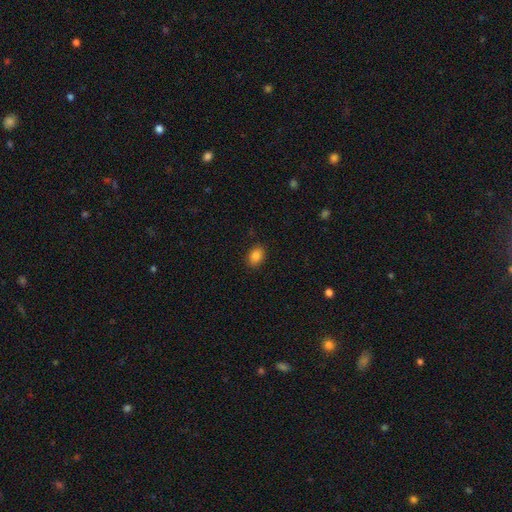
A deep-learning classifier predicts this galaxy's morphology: smooth-or-featured: smooth: 86% | star or artifact: 9% | featured or disk: 5%
  how-rounded: in between: 78% | round: 21% | cigar-shaped: 1%
  merging: none: 88% | minor disturbance: 9% | major disturbance: 2% | merger: 1%